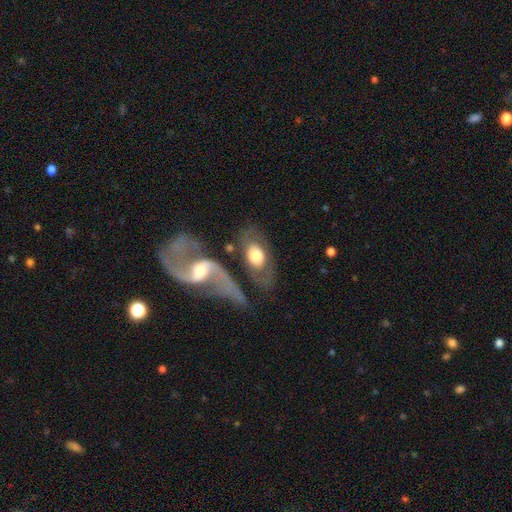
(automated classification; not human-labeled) smooth-or-featured: smooth: 49% | featured or disk: 46% | star or artifact: 6%
  merging: none: 51% | merger: 21% | minor disturbance: 16% | major disturbance: 13%